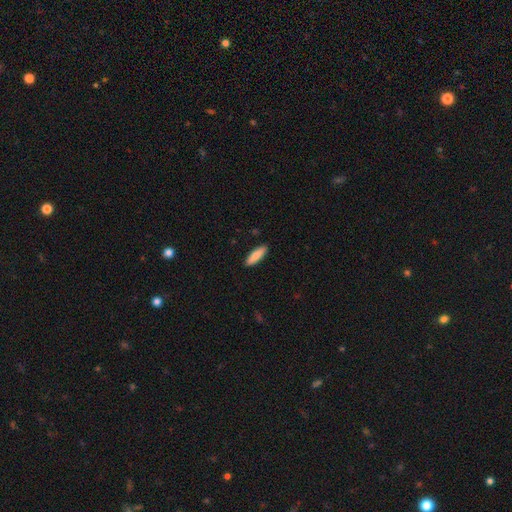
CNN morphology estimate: smooth-or-featured: smooth: 84% | featured or disk: 10% | star or artifact: 5%
  how-rounded: cigar-shaped: 50% | in between: 48% | round: 2%
  merging: none: 90% | minor disturbance: 8% | major disturbance: 2% | merger: 1%